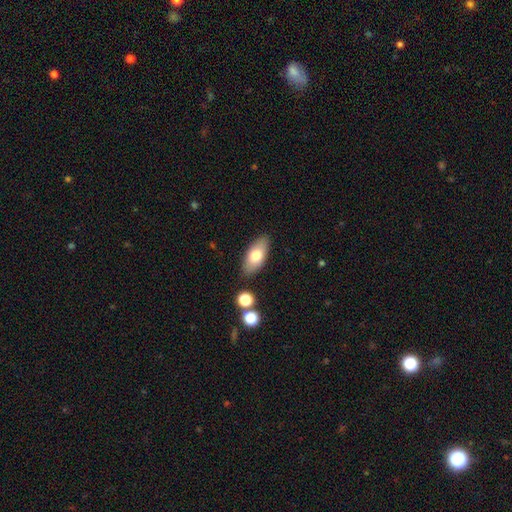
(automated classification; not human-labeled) The model was most divided on "smooth or featured": smooth: 72%, featured or disk: 21%, star or artifact: 7%. More confident: how rounded — in between (87%); merging — none (85%).